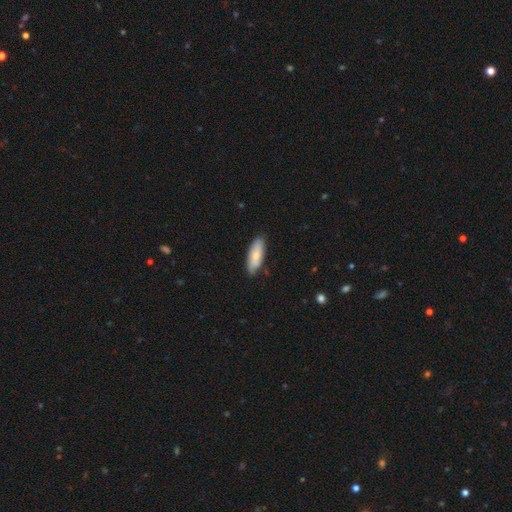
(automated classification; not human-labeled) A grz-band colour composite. It shows a smooth galaxy with no disk features (74%) that is in between round and cigar-shaped (66%). Merging: none (79%).